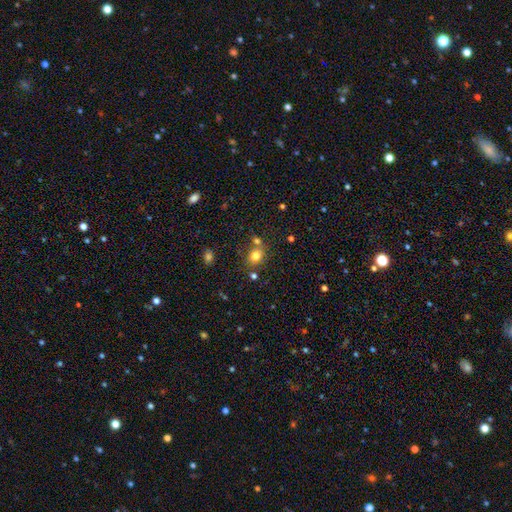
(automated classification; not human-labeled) Smooth or featured: smooth — 78% (star or artifact — 14%)
How rounded: round — 66% (in between — 33%)
Merging: none — 64% (merger — 20%)